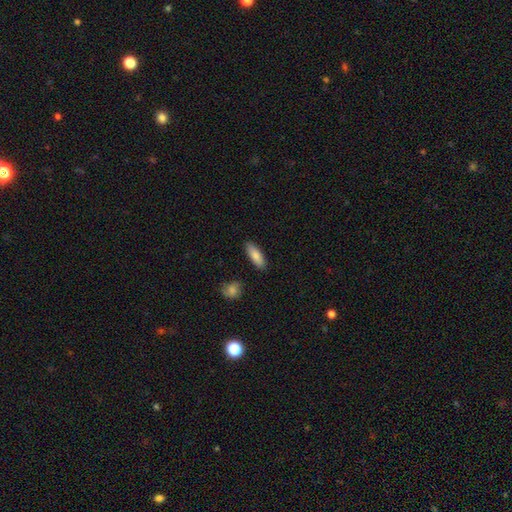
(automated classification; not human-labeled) This is clearly a smooth galaxy (83%). How rounded: likely in between (64%). Merging: clearly none (87%).